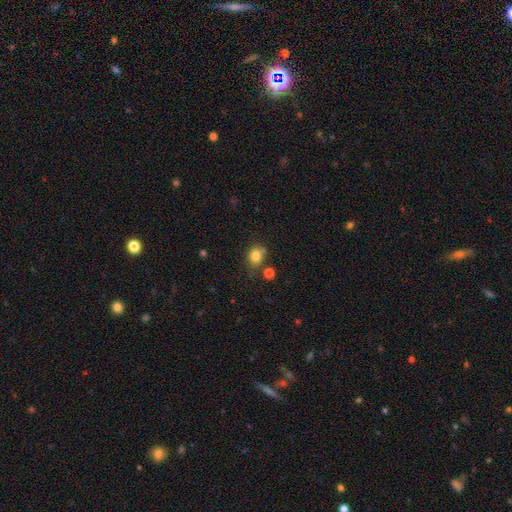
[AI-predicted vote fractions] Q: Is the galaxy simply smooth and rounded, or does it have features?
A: smooth — 81%.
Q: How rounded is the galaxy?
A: round — 65%.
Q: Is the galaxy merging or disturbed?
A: none — 63%.